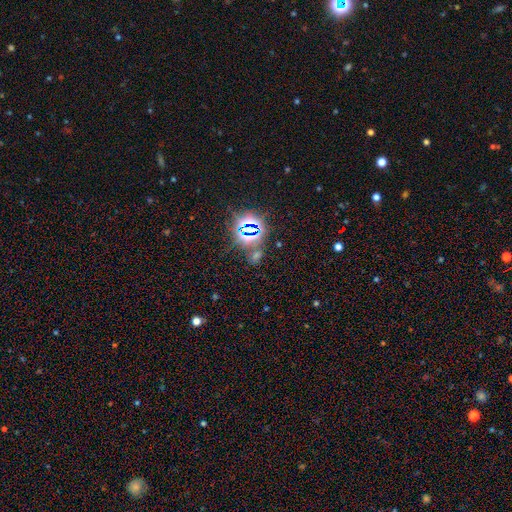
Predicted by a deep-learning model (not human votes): This is likely a star or artifact rather than a galaxy (74%).